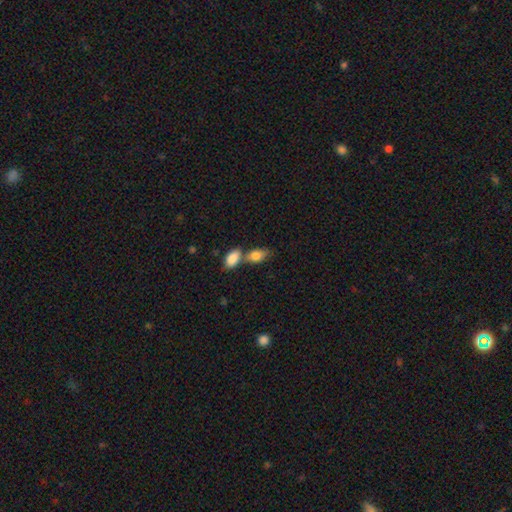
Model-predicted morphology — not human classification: The model was most divided on "merging": merger: 50%, none: 36%, minor disturbance: 10%, major disturbance: 4%. More confident: how rounded — in between (88%); smooth or featured — smooth (82%).